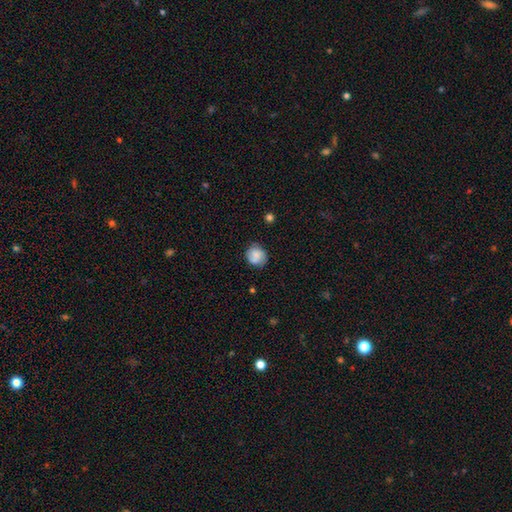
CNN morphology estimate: This appears to be a smooth galaxy with no disk features (72%) that is round (77%). Merging: none (70%).